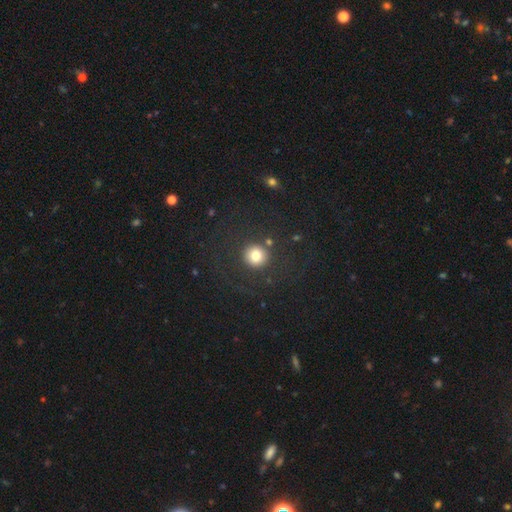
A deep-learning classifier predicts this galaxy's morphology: Smooth or featured?
  - smooth: 78% *
  - star or artifact: 13%
  - featured or disk: 8%
How rounded?
  - round: 93% *
  - in between: 6%
  - cigar-shaped: 1%
Merging?
  - none: 83% *
  - minor disturbance: 7%
  - major disturbance: 5%
  - merger: 4%